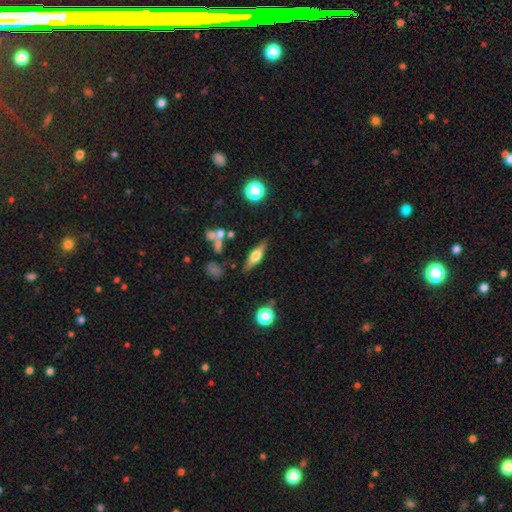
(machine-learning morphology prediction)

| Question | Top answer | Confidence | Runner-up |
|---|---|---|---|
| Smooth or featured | featured or disk | 47% | smooth (45%) |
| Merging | none | 79% | minor disturbance (13%) |